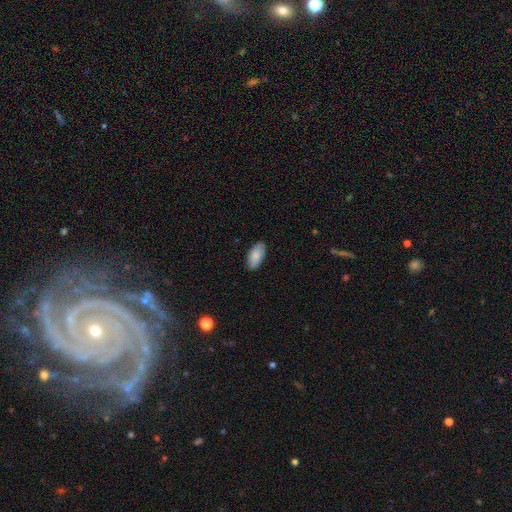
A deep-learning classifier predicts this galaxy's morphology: smooth-or-featured: smooth: 85% | featured or disk: 9% | star or artifact: 6%
  how-rounded: in between: 92% | cigar-shaped: 6% | round: 2%
  merging: none: 87% | minor disturbance: 11% | major disturbance: 2% | merger: 1%